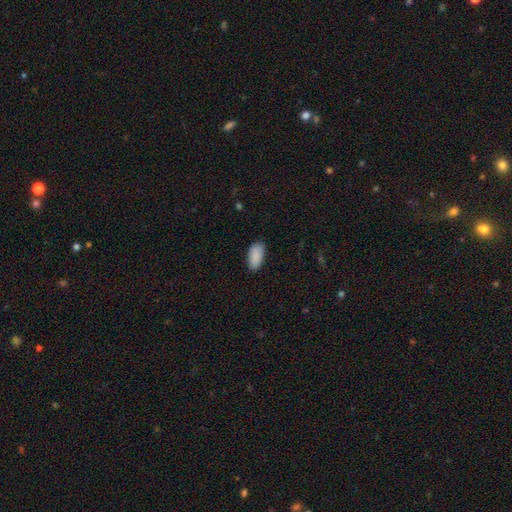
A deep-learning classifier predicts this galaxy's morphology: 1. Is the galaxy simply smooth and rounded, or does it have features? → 89% smooth, 6% star or artifact, 4% featured or disk.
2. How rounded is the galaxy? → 93% in between, 4% cigar-shaped, 2% round.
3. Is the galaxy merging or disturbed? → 84% none, 13% minor disturbance, 2% major disturbance, 1% merger.